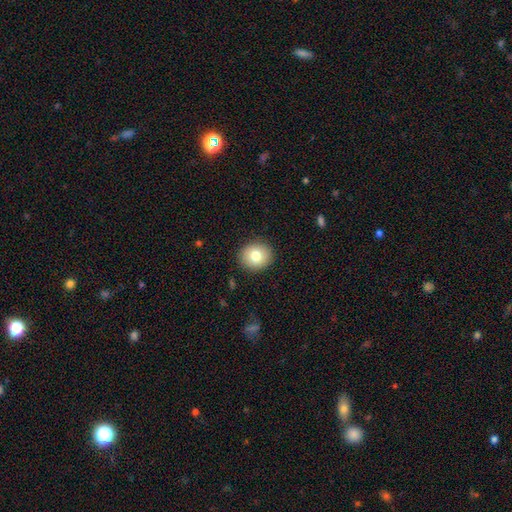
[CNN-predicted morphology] A smooth galaxy with no disk features (78%) that is round (81%).

Vote fractions:
- Smooth or featured? smooth: 78% / featured or disk: 13% / star or artifact: 9%
- How rounded? round: 81% / in between: 18% / cigar-shaped: 1%
- Merging? none: 90% / minor disturbance: 7% / major disturbance: 2% / merger: 1%